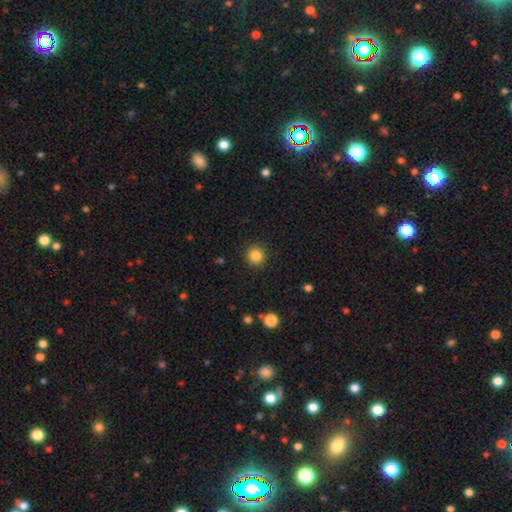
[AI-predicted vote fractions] Q: Smooth or featured?
A: smooth (84%); runner-up: star or artifact (11%)
Q: How rounded?
A: round (92%); runner-up: in between (7%)
Q: Merging?
A: none (91%); runner-up: minor disturbance (6%)